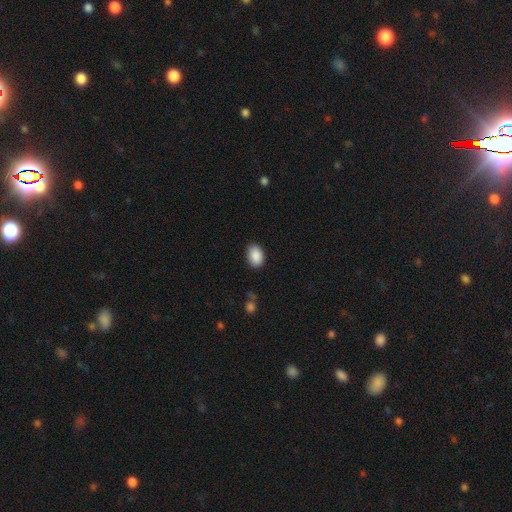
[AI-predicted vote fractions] Q: Smooth or featured?
A: smooth (90%); runner-up: star or artifact (7%)
Q: How rounded?
A: in between (85%); runner-up: round (14%)
Q: Merging?
A: none (83%); runner-up: minor disturbance (13%)